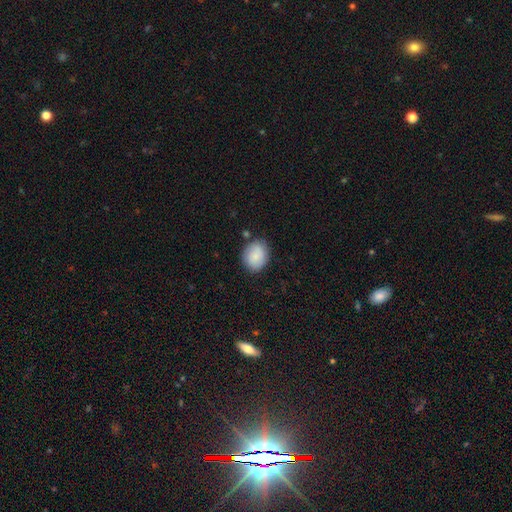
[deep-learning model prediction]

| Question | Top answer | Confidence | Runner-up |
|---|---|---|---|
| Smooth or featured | smooth | 79% | featured or disk (14%) |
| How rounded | round | 64% | in between (35%) |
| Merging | none | 80% | minor disturbance (14%) |